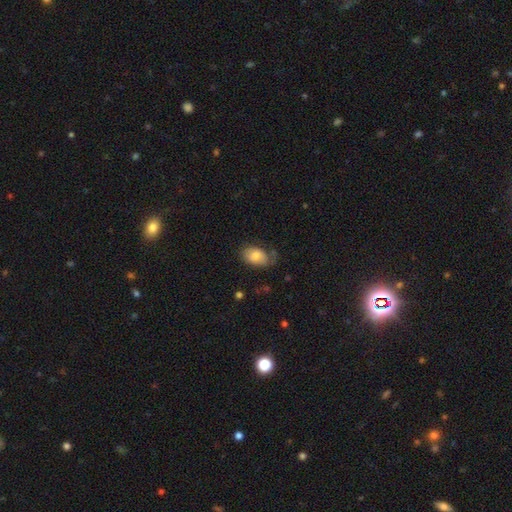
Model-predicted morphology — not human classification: This is likely a smooth galaxy (77%). How rounded: clearly in between (89%). Merging: possibly none (59%).